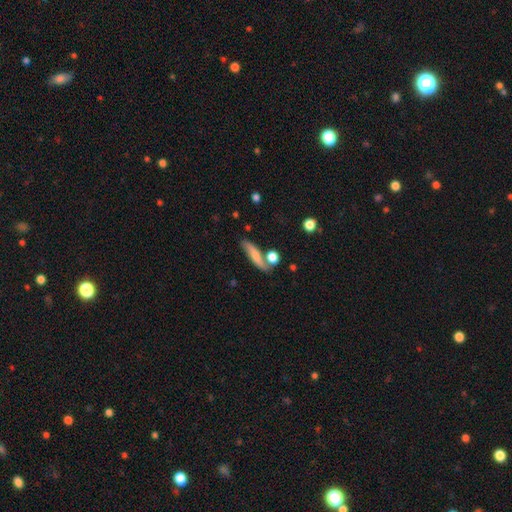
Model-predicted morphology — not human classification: A smooth galaxy with no disk features (63%) that is cigar-shaped (68%). Merging: none (61%).